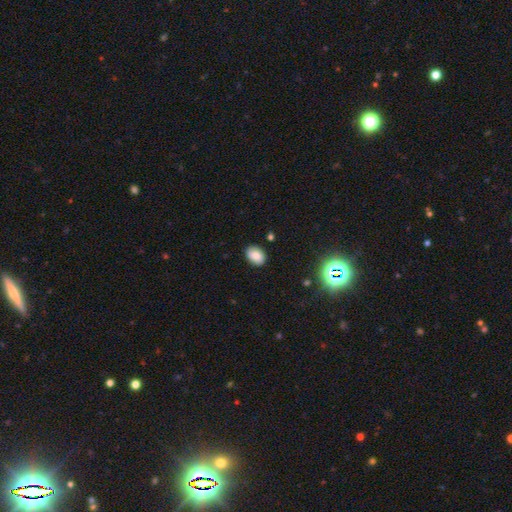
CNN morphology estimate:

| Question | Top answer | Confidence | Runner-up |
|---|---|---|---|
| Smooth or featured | smooth | 84% | star or artifact (10%) |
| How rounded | in between | 71% | round (28%) |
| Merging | none | 86% | minor disturbance (10%) |